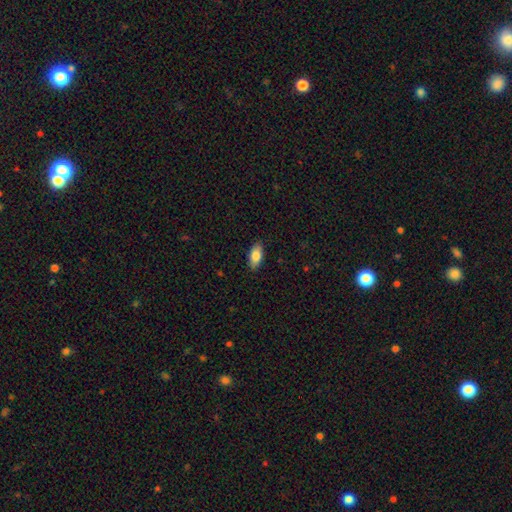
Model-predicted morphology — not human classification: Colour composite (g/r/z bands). It shows a smooth galaxy with no disk features (83%) that is in between round and cigar-shaped (90%). Merging: none (88%).